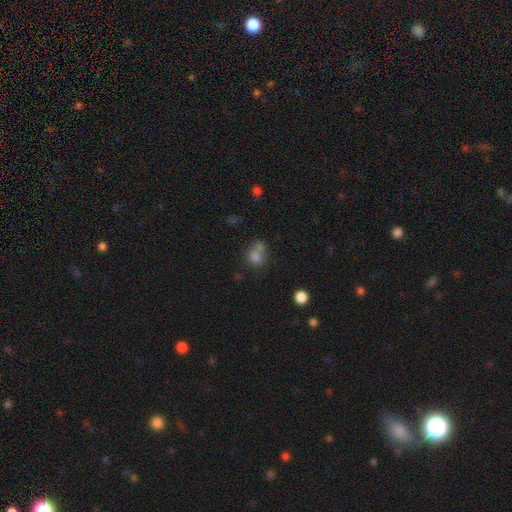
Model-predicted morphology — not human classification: Smooth or featured?
  - smooth: 75% *
  - star or artifact: 14%
  - featured or disk: 11%
How rounded?
  - round: 71% *
  - in between: 28%
  - cigar-shaped: 1%
Merging?
  - merger: 44% *
  - none: 40%
  - minor disturbance: 11%
  - major disturbance: 5%